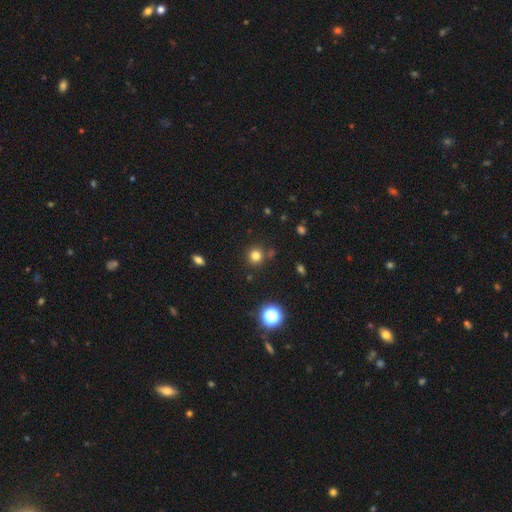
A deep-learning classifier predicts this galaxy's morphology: A smooth galaxy with no disk features (78%) that is round (93%). Merging: none (84%).